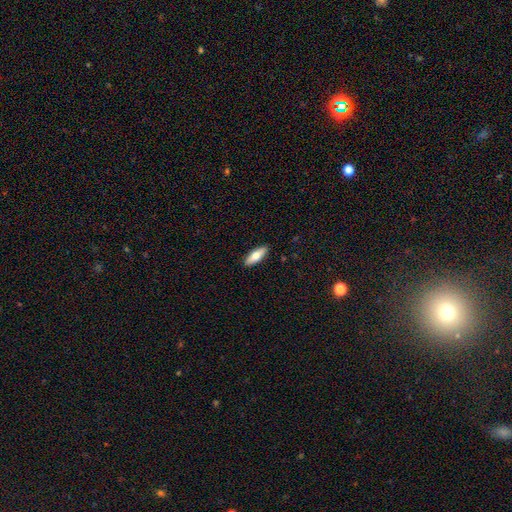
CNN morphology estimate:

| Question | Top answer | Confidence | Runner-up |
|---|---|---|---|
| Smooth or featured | smooth | 68% | featured or disk (26%) |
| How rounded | in between | 59% | cigar-shaped (38%) |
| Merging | none | 90% | minor disturbance (7%) |